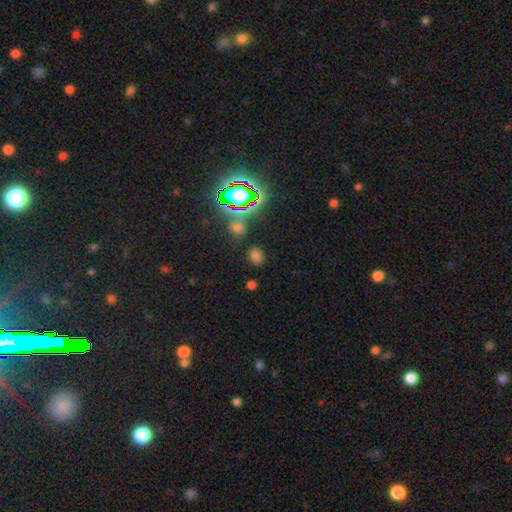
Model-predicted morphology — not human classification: Smooth or featured?
  - smooth: 56% *
  - star or artifact: 37%
  - featured or disk: 7%
How rounded?
  - round: 51% *
  - in between: 47%
  - cigar-shaped: 2%
Merging?
  - none: 80% *
  - minor disturbance: 11%
  - merger: 5%
  - major disturbance: 4%